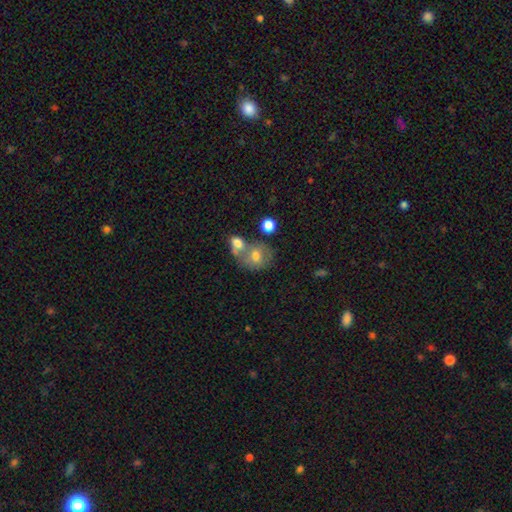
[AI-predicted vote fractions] Smooth or featured? smooth (65%)
How rounded? round (63%)
Merging? merger (45%)